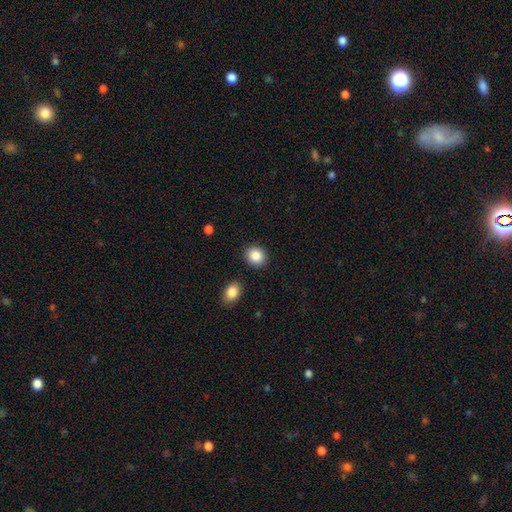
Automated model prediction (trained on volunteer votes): Smooth or featured?
  - smooth: 88% *
  - star or artifact: 8%
  - featured or disk: 4%
How rounded?
  - round: 73% *
  - in between: 26%
  - cigar-shaped: 1%
Merging?
  - none: 88% *
  - minor disturbance: 7%
  - merger: 3%
  - major disturbance: 2%